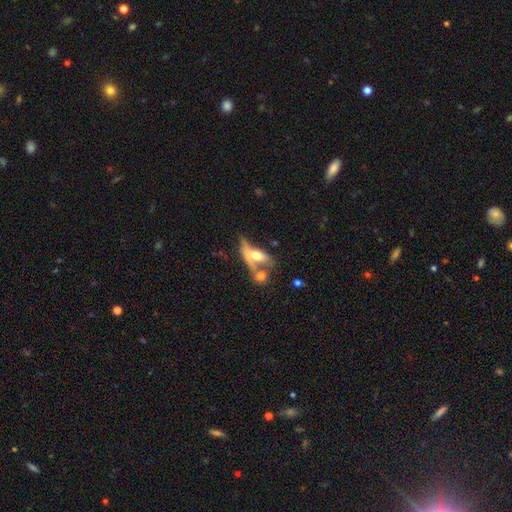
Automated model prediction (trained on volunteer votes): A smooth galaxy with no disk features (46%). Merging: merger (50%).